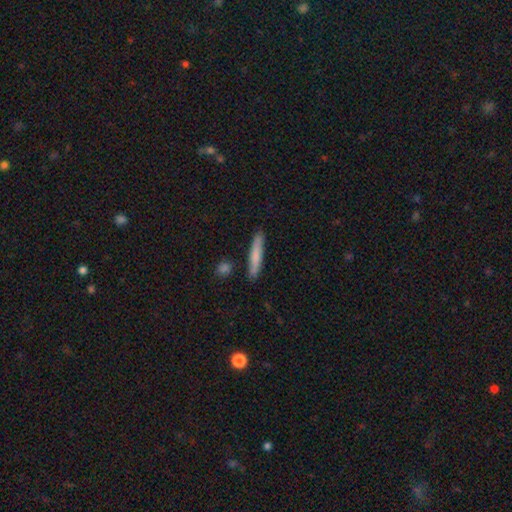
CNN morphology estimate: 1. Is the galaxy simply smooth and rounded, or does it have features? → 76% smooth, 19% featured or disk, 6% star or artifact.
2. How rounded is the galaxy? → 92% cigar-shaped, 6% in between, 1% round.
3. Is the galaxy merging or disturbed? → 85% none, 10% minor disturbance, 3% merger, 2% major disturbance.